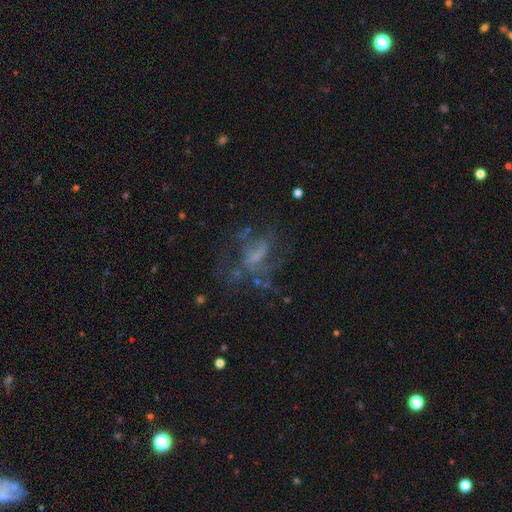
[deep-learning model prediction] A featured or disk galaxy (57%) with no bar (54%), no spiral arms (55%) and no central bulge (52%).

Vote fractions:
- Smooth or featured? featured or disk: 57% / smooth: 23% / star or artifact: 20%
- Edge-on disk? no: 96% / yes: 4%
- Bar? no: 54% / weak: 34% / strong: 12%
- Spiral arms? no: 55% / yes: 45%
- Bulge size? none: 52% / small: 24% / moderate: 18% / large: 4% / dominant: 1%
- Merging? none: 43% / major disturbance: 35% / minor disturbance: 17% / merger: 5%